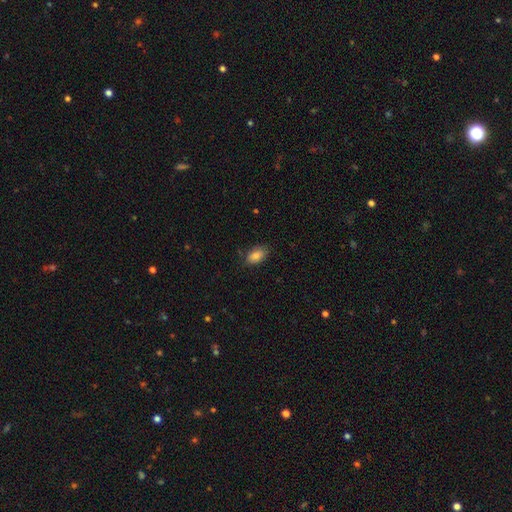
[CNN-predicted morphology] smooth_or_featured: smooth (p=0.85) [alt: star or artifact p=0.08]
how_rounded: in between (p=0.91) [alt: round p=0.06]
merging: none (p=0.79) [alt: minor disturbance p=0.17]